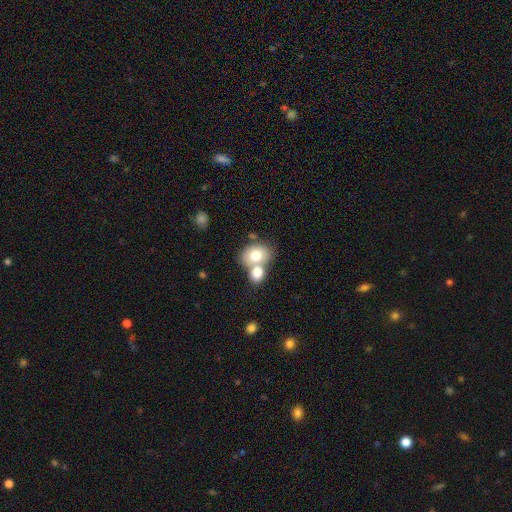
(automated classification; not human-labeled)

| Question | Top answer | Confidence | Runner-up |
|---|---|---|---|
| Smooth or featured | smooth | 75% | featured or disk (18%) |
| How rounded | in between | 60% | round (39%) |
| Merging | merger | 57% | none (32%) |